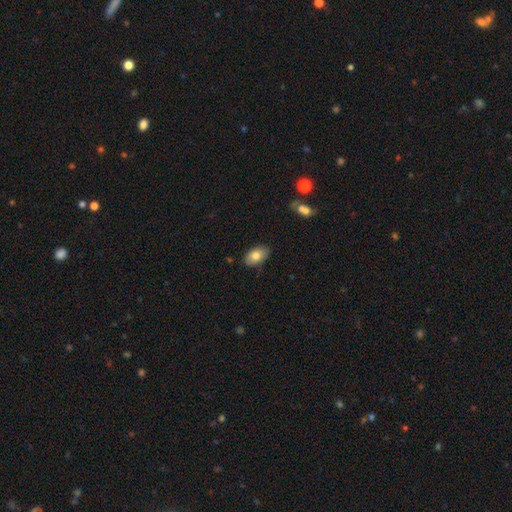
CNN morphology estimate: Smooth or featured?
  - smooth: 79% *
  - featured or disk: 14%
  - star or artifact: 7%
How rounded?
  - in between: 92% *
  - round: 6%
  - cigar-shaped: 2%
Merging?
  - none: 83% *
  - minor disturbance: 14%
  - major disturbance: 2%
  - merger: 1%